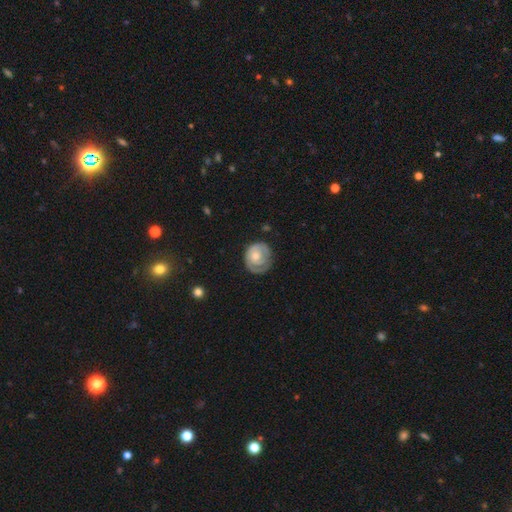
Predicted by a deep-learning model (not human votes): This is likely a featured or disk galaxy (62%). It is clearly not viewed edge-on (97%). Bar: likely no (78%). Spiral arm pattern: likely yes (77%). Central bulge: possibly moderate (55%). Merging: likely none (62%).